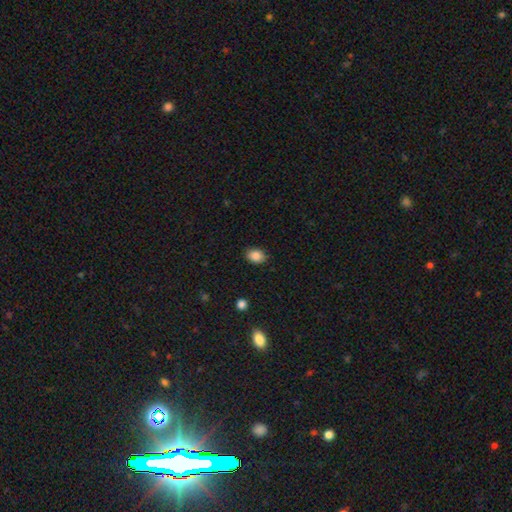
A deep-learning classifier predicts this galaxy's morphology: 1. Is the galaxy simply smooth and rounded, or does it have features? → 87% smooth, 9% star or artifact, 4% featured or disk.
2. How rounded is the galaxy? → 67% in between, 32% round, 1% cigar-shaped.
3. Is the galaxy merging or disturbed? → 86% none, 10% minor disturbance, 2% major disturbance, 1% merger.